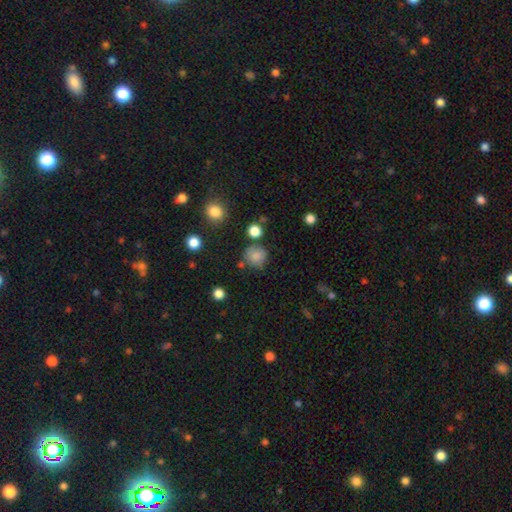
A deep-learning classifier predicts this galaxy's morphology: smooth_or_featured: smooth (p=0.83) [alt: star or artifact p=0.11]
how_rounded: round (p=0.87) [alt: in between p=0.12]
merging: none (p=0.70) [alt: minor disturbance p=0.17]